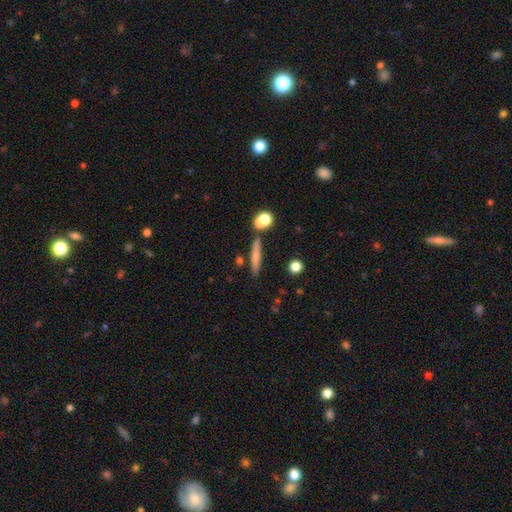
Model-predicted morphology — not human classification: This is likely a smooth galaxy (70%). How rounded: clearly cigar-shaped (87%). Merging: likely none (78%).